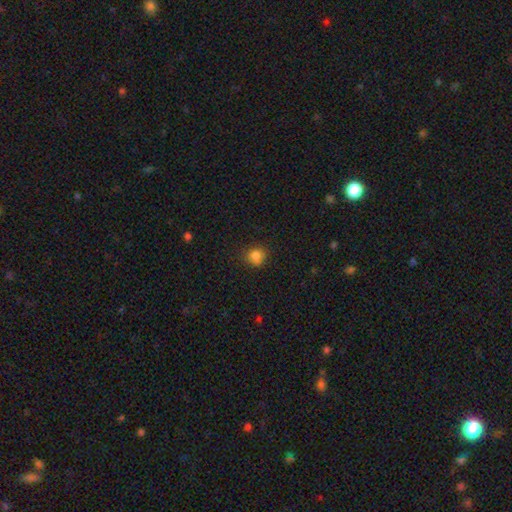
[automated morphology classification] The model was most divided on "how rounded": round: 74%, in between: 25%, cigar-shaped: 1%. More confident: smooth or featured — smooth (82%); merging — none (71%).